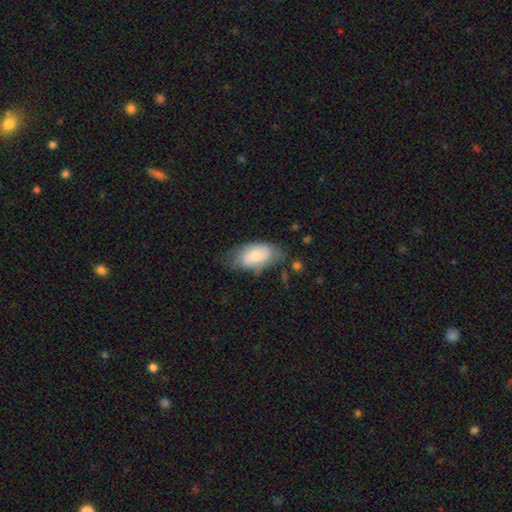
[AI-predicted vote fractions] Smooth or featured: smooth — 68% (featured or disk — 25%)
How rounded: in between — 93% (round — 5%)
Merging: none — 53% (minor disturbance — 32%)